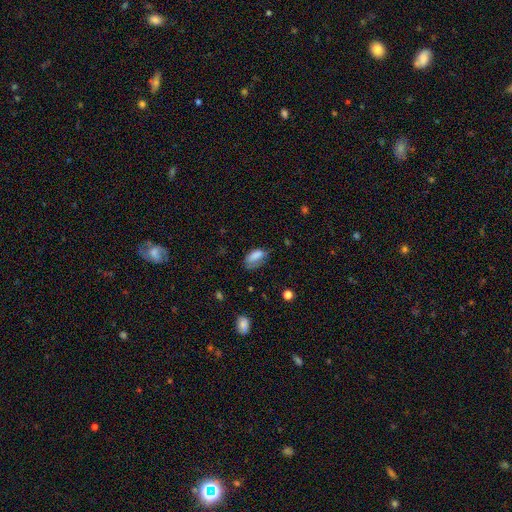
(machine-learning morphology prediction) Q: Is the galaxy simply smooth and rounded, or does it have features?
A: smooth — 77%.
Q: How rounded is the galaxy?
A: in between — 87%.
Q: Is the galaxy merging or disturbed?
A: none — 43%.